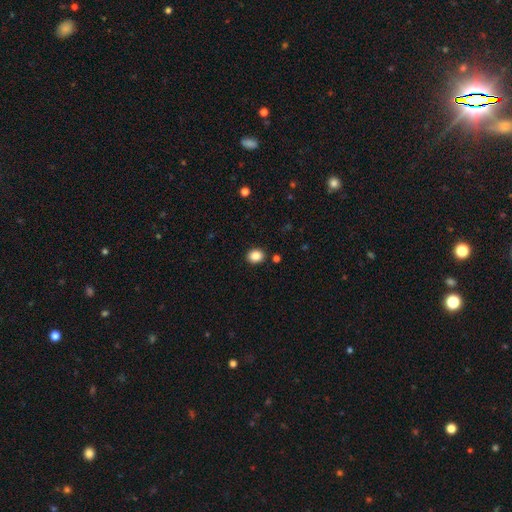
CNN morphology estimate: Smooth or featured? Predicted: smooth (p=0.87). How rounded? Predicted: round (p=0.63). Merging? Predicted: none (p=0.88).